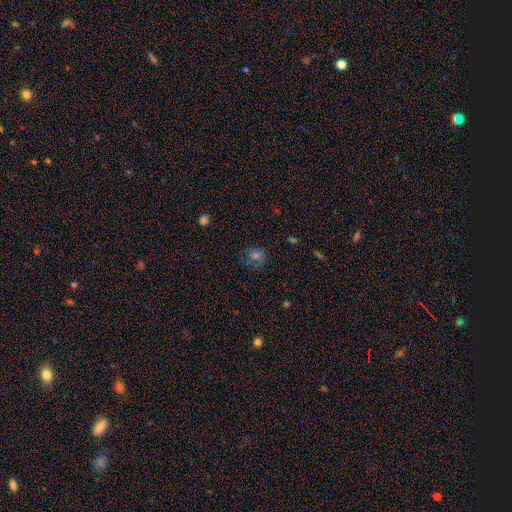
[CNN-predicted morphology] Overall: smooth (60%). How rounded: round (77%). Merging: none (65%).